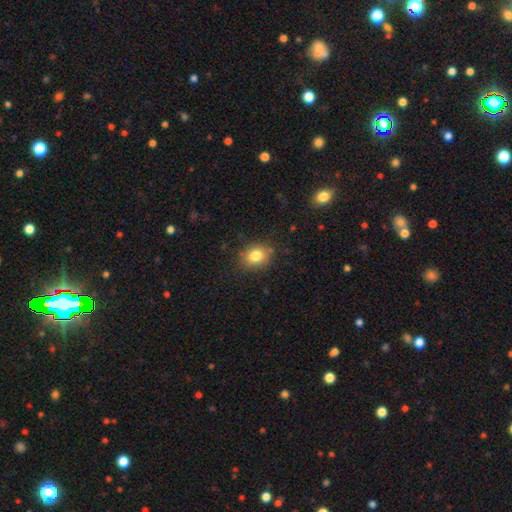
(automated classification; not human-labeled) A smooth galaxy with no disk features (81%) that is round (61%). Merging: none (82%).